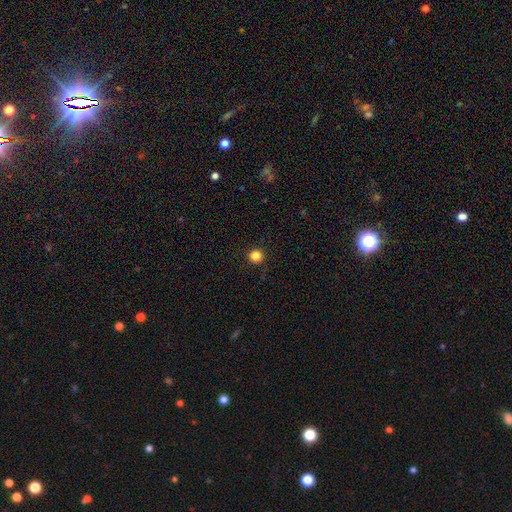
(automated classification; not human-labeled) Overall: smooth (84%). How rounded: round (96%). Merging: none (92%).